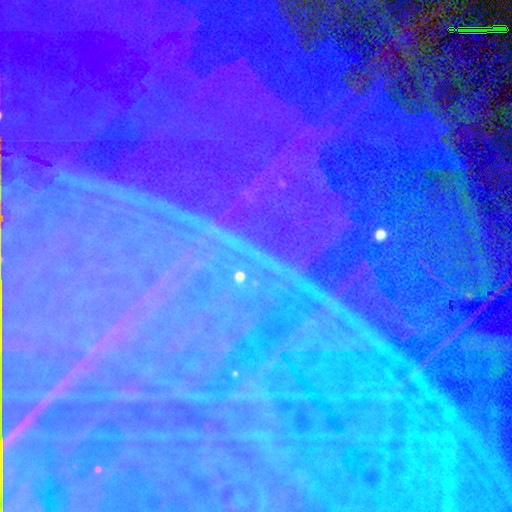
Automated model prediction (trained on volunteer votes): Smooth or featured? star or artifact (89%)